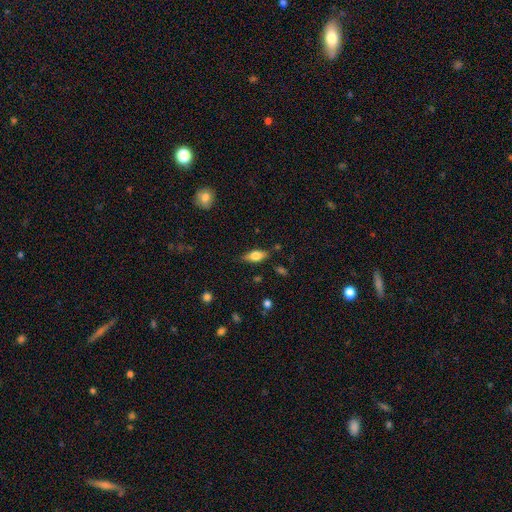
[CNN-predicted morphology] Smooth or featured?
  - smooth: 61% *
  - featured or disk: 32%
  - star or artifact: 7%
How rounded?
  - in between: 73% *
  - cigar-shaped: 23%
  - round: 3%
Merging?
  - none: 80% *
  - minor disturbance: 15%
  - major disturbance: 3%
  - merger: 2%